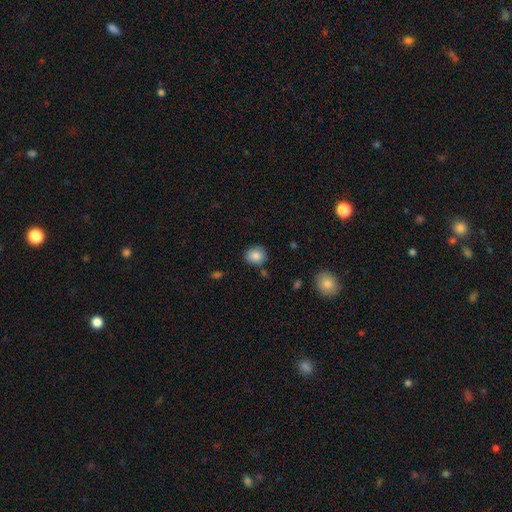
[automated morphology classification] smooth 83%, star or artifact 9%, featured or disk 8%. Down the decision tree: how rounded — round (76%); merging — none (82%).